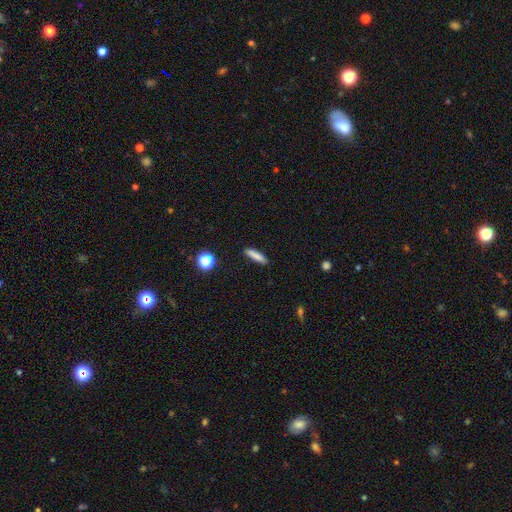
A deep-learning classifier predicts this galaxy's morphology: The model was most divided on "how rounded": cigar-shaped: 80%, in between: 17%, round: 2%. More confident: merging — none (89%); smooth or featured — smooth (82%).